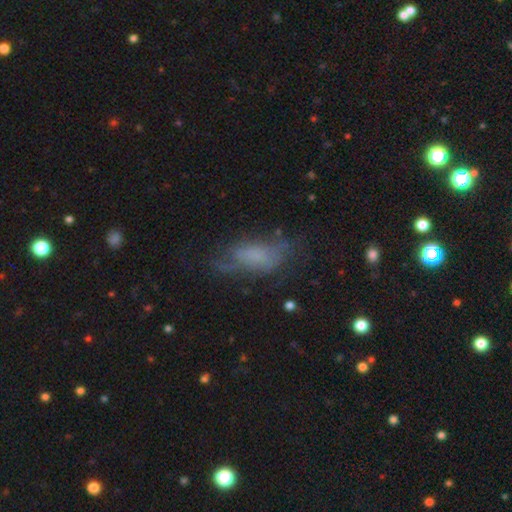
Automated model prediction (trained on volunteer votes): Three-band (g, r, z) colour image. It shows a smooth galaxy with no disk features (53%) that is in between round and cigar-shaped (81%). Merging: none (45%).